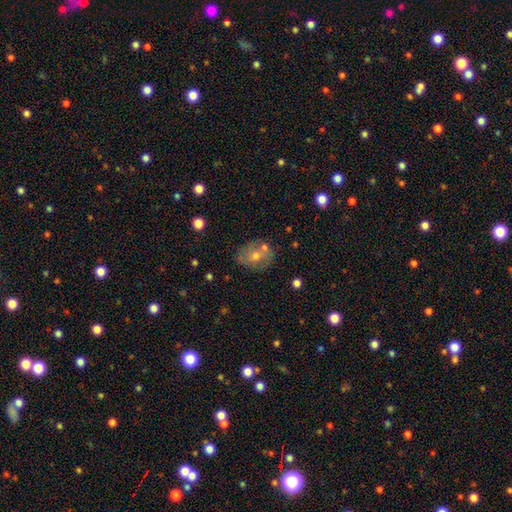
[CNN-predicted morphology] Overall: smooth (55%; featured or disk 35%). How rounded: in between (51%; round 48%). Merging: none (57%; minor disturbance 19%).